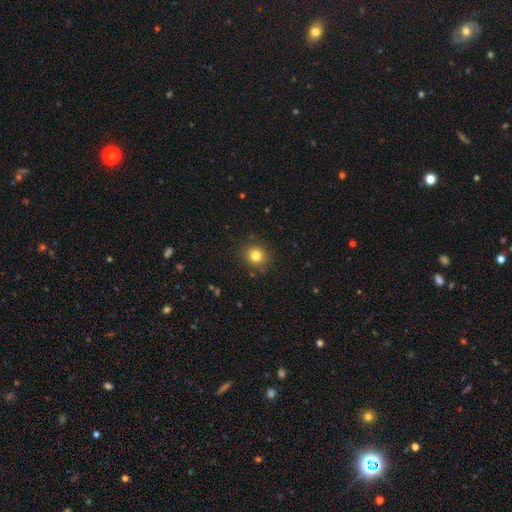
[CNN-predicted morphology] Smooth or featured? Predicted: smooth (p=0.80). How rounded? Predicted: round (p=0.88). Merging? Predicted: none (p=0.88).